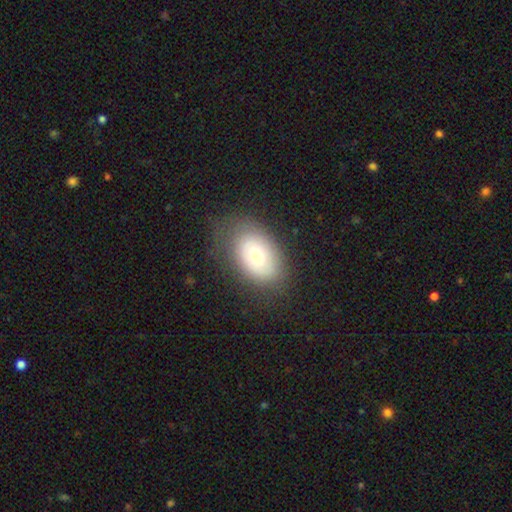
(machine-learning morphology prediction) A smooth galaxy with no disk features (65%) that is in between round and cigar-shaped (86%).

Vote fractions:
- Smooth or featured? smooth: 65% / featured or disk: 27% / star or artifact: 9%
- How rounded? in between: 86% / round: 12% / cigar-shaped: 1%
- Merging? none: 75% / minor disturbance: 18% / major disturbance: 6% / merger: 1%